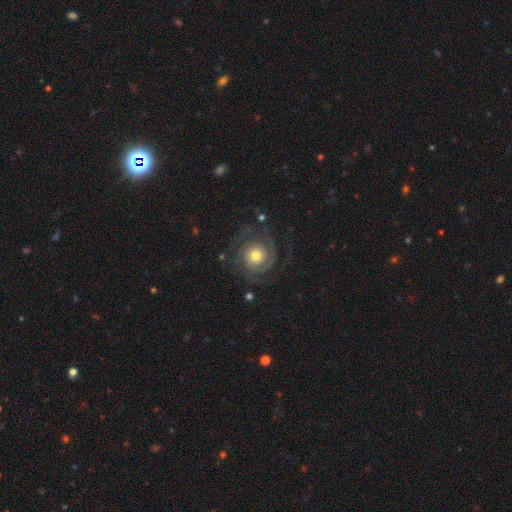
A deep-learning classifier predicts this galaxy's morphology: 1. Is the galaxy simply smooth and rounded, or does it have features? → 83% featured or disk, 11% smooth, 6% star or artifact.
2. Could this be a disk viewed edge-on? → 98% no, 2% yes.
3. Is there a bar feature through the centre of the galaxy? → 81% no, 15% weak, 4% strong.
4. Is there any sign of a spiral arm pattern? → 96% yes, 4% no.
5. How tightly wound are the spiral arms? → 67% tight, 26% medium, 7% loose.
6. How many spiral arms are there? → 50% 2, 18% 3, 15% can't tell, 7% 1, 5% 4, 5% more than 4.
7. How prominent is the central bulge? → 66% moderate, 19% small, 12% large, 2% dominant, 1% none.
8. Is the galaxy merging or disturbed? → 76% none, 13% minor disturbance, 10% major disturbance, 1% merger.